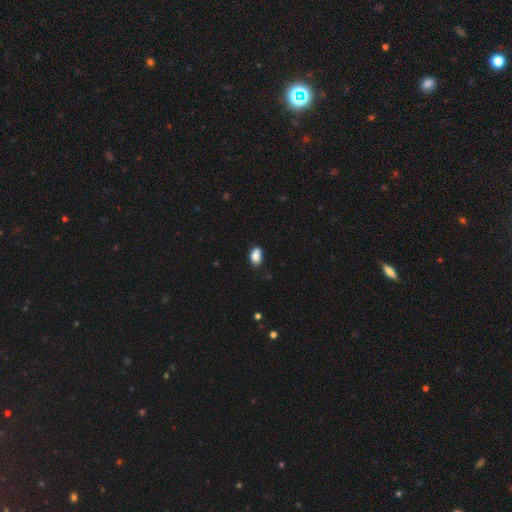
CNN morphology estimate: The model was most divided on "merging": none: 69%, minor disturbance: 24%, major disturbance: 4%, merger: 2%. More confident: how rounded — in between (86%); smooth or featured — smooth (86%).